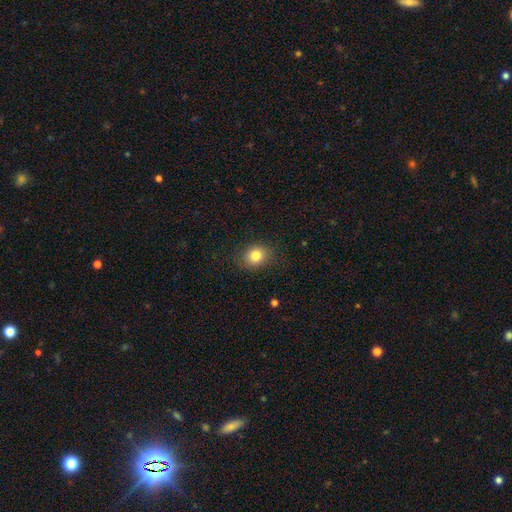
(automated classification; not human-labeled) Smooth or featured: smooth — 82% (star or artifact — 11%)
How rounded: round — 61% (in between — 38%)
Merging: none — 83% (minor disturbance — 12%)